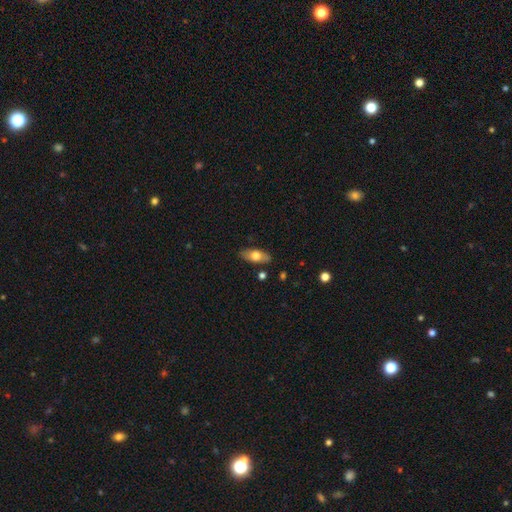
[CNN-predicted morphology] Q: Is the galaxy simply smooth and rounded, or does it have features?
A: smooth — 63%.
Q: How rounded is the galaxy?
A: in between — 81%.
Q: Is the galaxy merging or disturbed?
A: none — 84%.